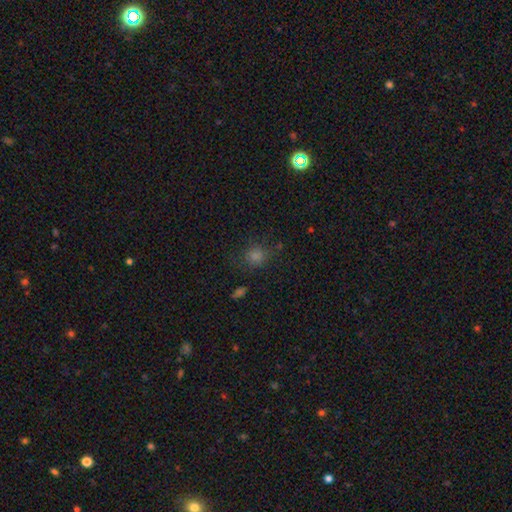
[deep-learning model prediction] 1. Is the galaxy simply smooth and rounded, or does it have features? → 65% smooth, 28% star or artifact, 7% featured or disk.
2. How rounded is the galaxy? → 85% round, 14% in between, 1% cigar-shaped.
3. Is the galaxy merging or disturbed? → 79% none, 13% minor disturbance, 5% major disturbance, 2% merger.